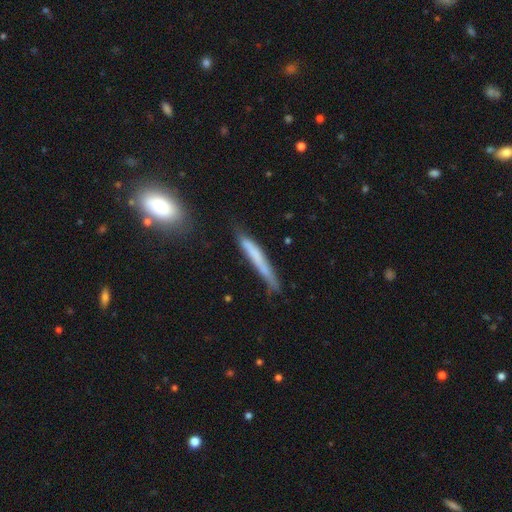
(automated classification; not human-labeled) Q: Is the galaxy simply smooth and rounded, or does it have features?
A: smooth — 60%.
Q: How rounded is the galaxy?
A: cigar-shaped — 95%.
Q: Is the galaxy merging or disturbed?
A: none — 63%.